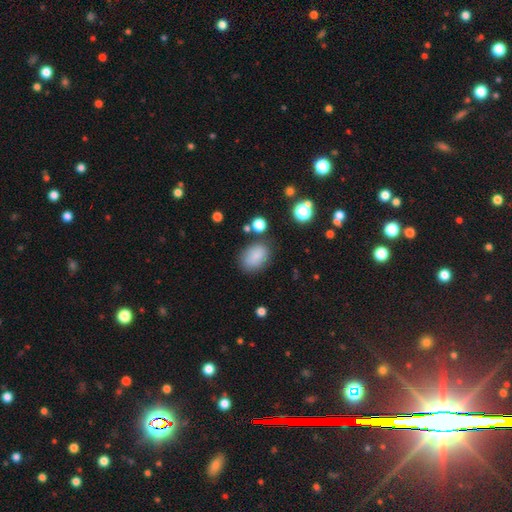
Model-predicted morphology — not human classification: Overall: smooth (83%). How rounded: in between (77%). Merging: none (74%).